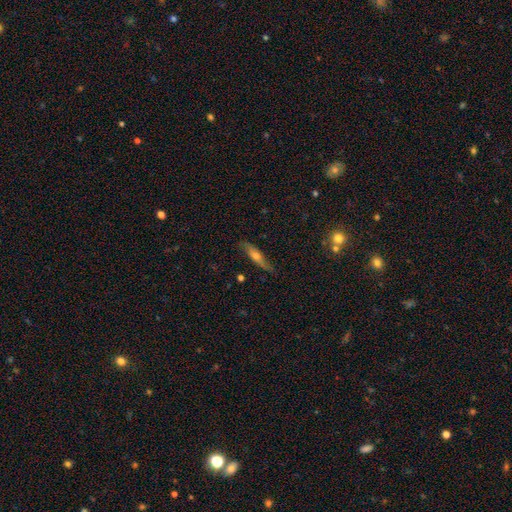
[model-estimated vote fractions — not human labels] Morphology: type=featured or disk (51%); edge-on=yes (74%); merging=none (75%).